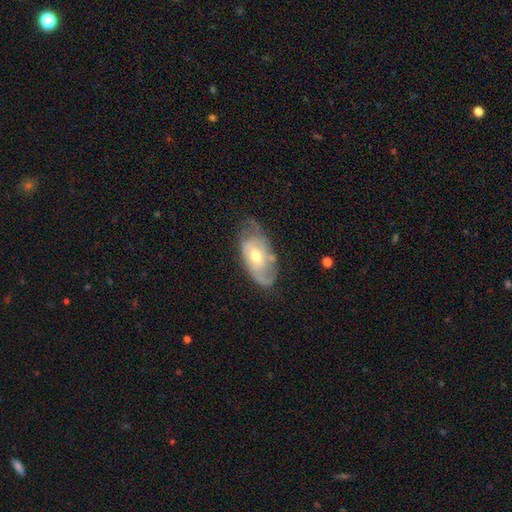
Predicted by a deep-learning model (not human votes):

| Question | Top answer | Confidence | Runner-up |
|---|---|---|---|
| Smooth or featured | featured or disk | 67% | smooth (27%) |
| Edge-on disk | no | 92% | yes (8%) |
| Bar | no | 64% | weak (30%) |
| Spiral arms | yes | 78% | no (22%) |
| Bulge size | moderate | 67% | small (27%) |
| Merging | none | 52% | minor disturbance (32%) |